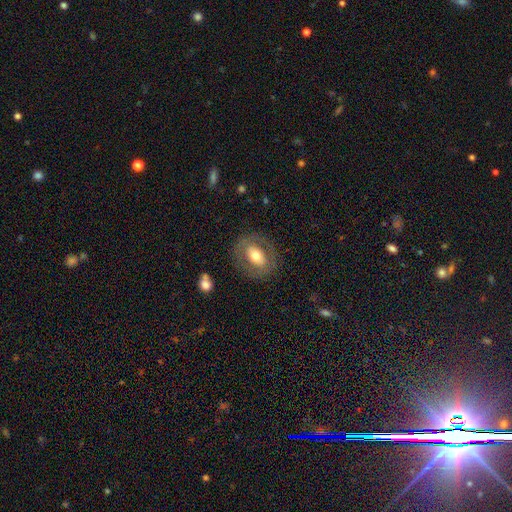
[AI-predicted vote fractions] Smooth or featured? smooth (51%)
How rounded? in between (61%)
Merging? none (80%)